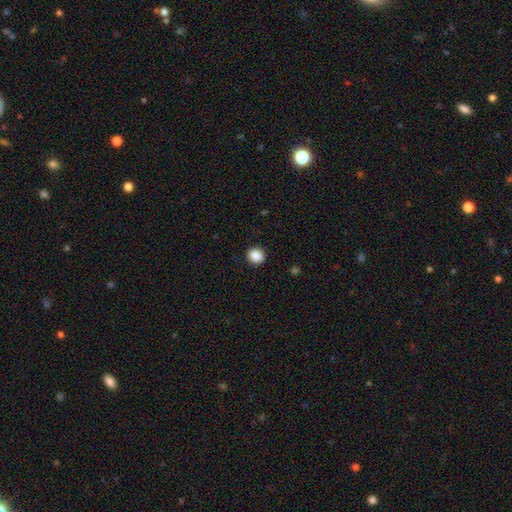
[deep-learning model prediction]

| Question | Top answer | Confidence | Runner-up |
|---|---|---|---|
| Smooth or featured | smooth | 88% | star or artifact (9%) |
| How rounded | round | 85% | in between (14%) |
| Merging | none | 91% | minor disturbance (6%) |